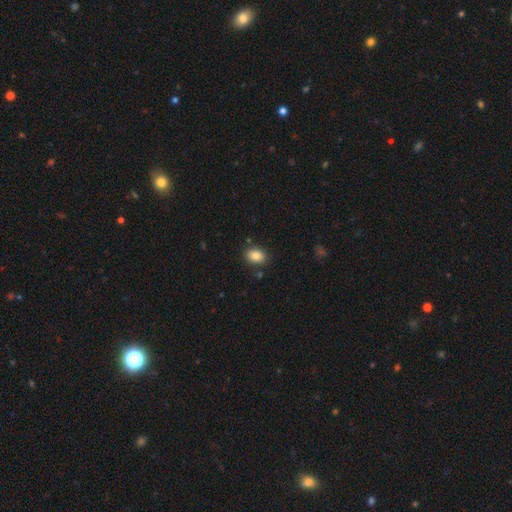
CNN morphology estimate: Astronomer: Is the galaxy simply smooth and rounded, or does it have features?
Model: smooth — 86%.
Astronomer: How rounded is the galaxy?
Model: in between — 74%.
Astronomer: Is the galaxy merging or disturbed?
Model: none — 85%.